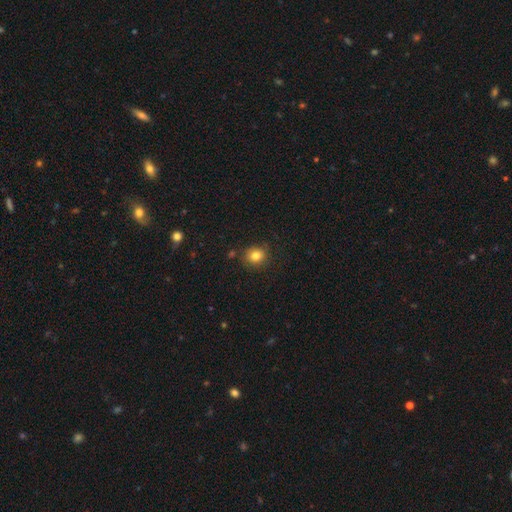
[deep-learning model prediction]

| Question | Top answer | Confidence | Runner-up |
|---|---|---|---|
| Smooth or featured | smooth | 82% | star or artifact (12%) |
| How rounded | round | 79% | in between (20%) |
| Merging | none | 83% | minor disturbance (11%) |